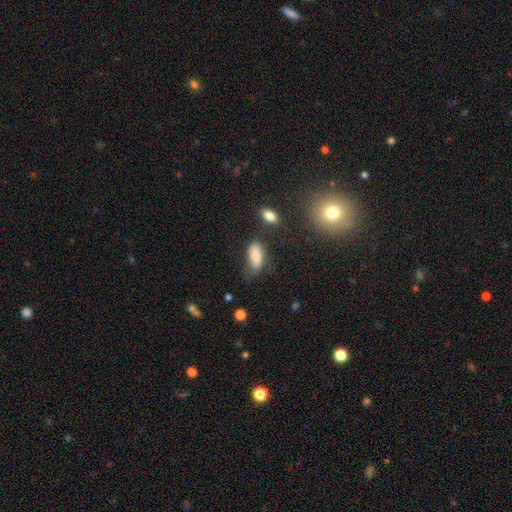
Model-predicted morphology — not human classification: Overall: smooth (78%). How rounded: in between (84%). Merging: none (53%; minor disturbance 29%).